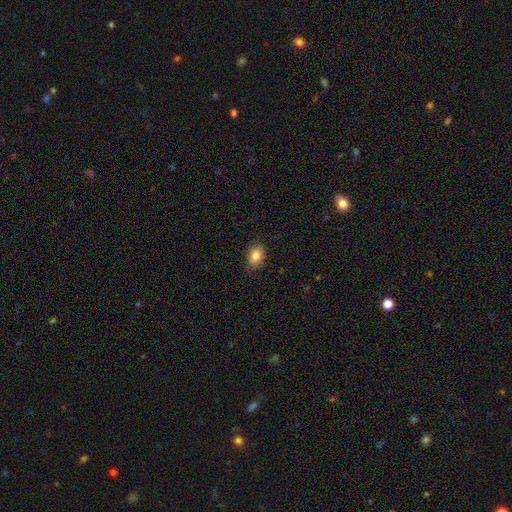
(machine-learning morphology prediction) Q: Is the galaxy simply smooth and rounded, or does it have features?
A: smooth — 85%.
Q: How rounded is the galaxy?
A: in between — 79%.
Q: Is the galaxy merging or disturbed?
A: none — 82%.